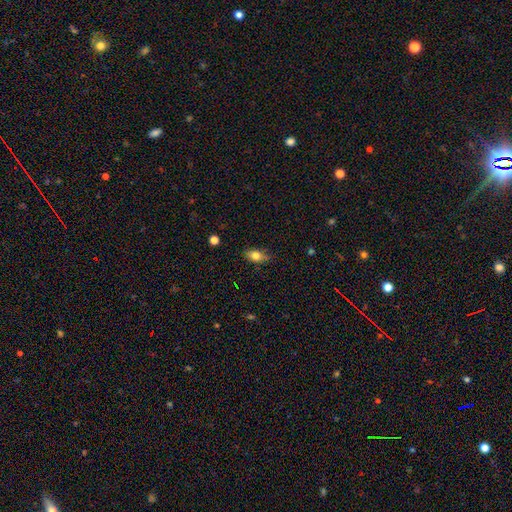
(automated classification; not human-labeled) smooth-or-featured: smooth: 73% | featured or disk: 18% | star or artifact: 9%
  how-rounded: in between: 80% | round: 10% | cigar-shaped: 9%
  merging: none: 77% | minor disturbance: 19% | major disturbance: 3% | merger: 1%